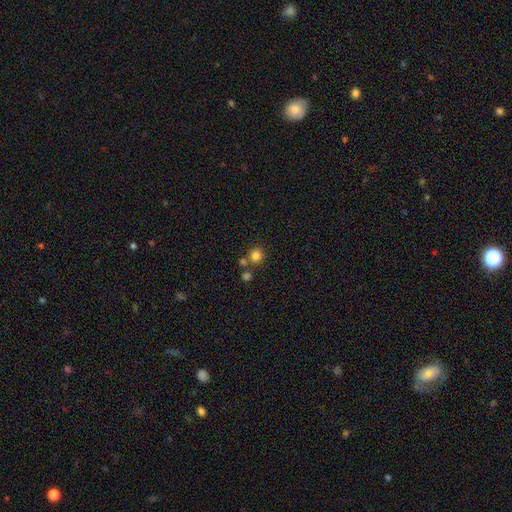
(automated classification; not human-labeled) The model was most divided on "merging": none: 71%, merger: 19%, minor disturbance: 7%, major disturbance: 3%. More confident: how rounded — round (92%); smooth or featured — smooth (82%).